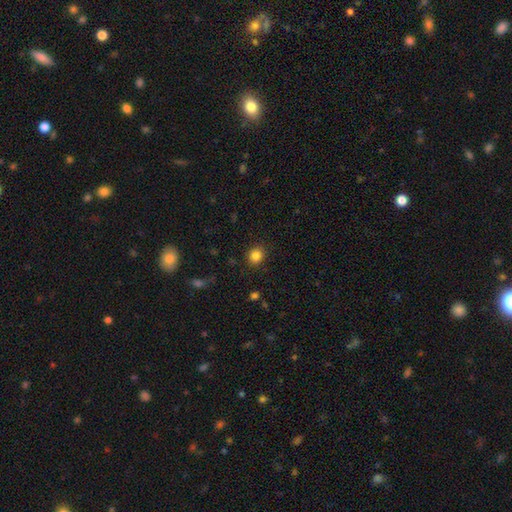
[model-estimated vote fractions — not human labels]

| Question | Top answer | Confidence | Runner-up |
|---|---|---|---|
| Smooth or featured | smooth | 84% | star or artifact (11%) |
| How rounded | round | 78% | in between (22%) |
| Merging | none | 89% | minor disturbance (8%) |